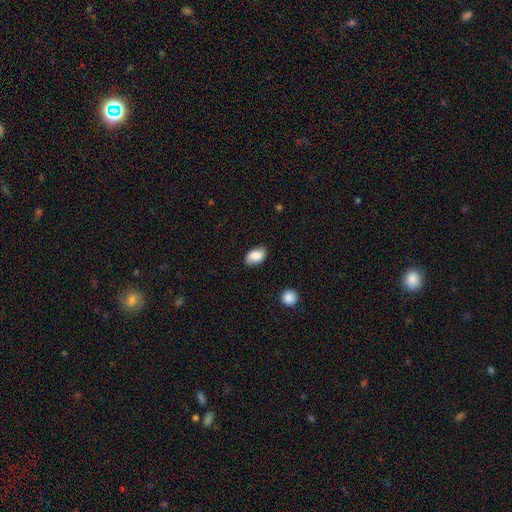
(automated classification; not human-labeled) Smooth or featured? smooth (84%)
How rounded? in between (91%)
Merging? none (79%)